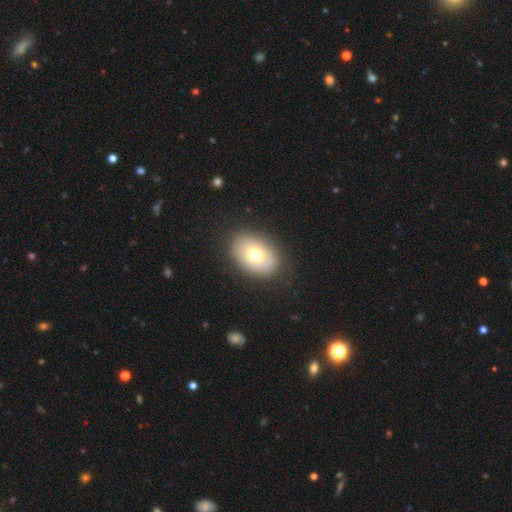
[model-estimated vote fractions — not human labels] A smooth galaxy with no disk features (72%) that is in between round and cigar-shaped (82%). Merging: none (86%).